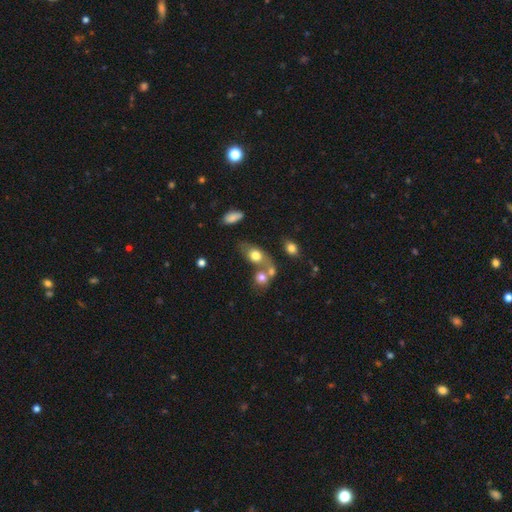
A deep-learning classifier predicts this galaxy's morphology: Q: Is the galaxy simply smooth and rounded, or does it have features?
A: smooth — 69%.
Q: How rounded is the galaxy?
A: in between — 67%.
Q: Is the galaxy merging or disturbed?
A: merger — 42%.